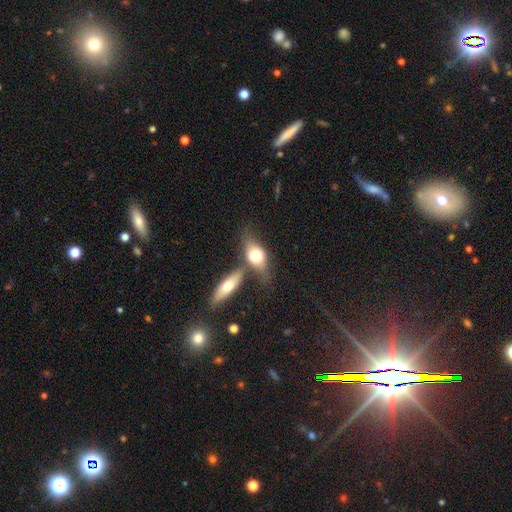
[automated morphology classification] Overall: smooth (65%; featured or disk 29%). How rounded: in between (78%). Merging: none (41%; merger 38%).